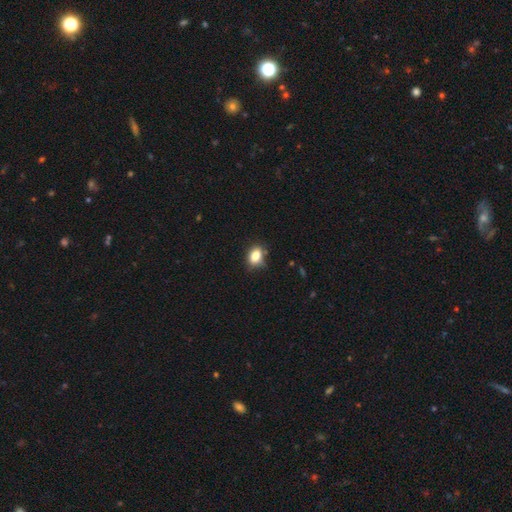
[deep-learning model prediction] A smooth galaxy with no disk features (83%) that is in between round and cigar-shaped (68%).

Vote fractions:
- Smooth or featured? smooth: 83% / star or artifact: 10% / featured or disk: 7%
- How rounded? in between: 68% / round: 31% / cigar-shaped: 1%
- Merging? none: 68% / minor disturbance: 23% / major disturbance: 5% / merger: 4%